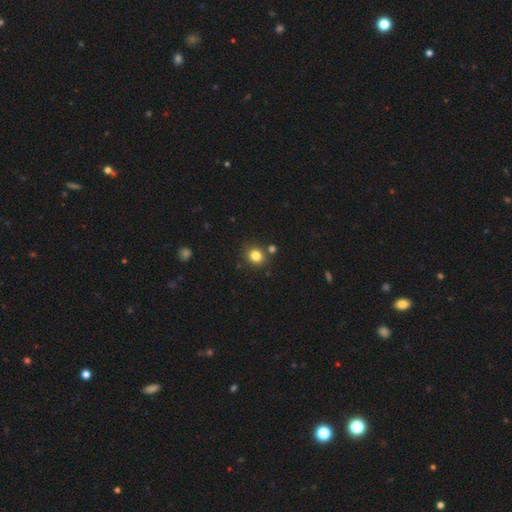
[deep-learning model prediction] A smooth galaxy with no disk features (82%) that is round (77%).

Vote fractions:
- Smooth or featured? smooth: 82% / star or artifact: 12% / featured or disk: 6%
- How rounded? round: 77% / in between: 22% / cigar-shaped: 1%
- Merging? none: 80% / minor disturbance: 9% / merger: 8% / major disturbance: 3%